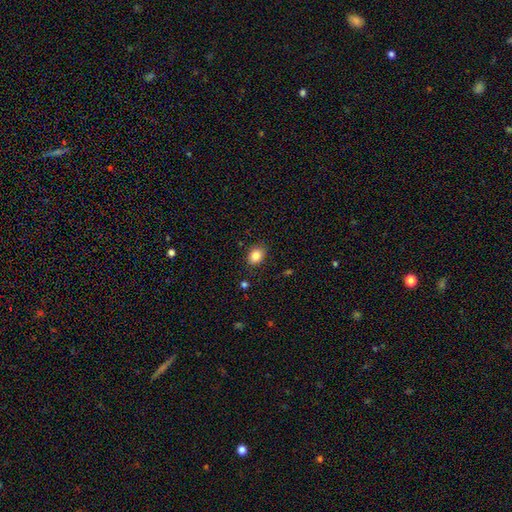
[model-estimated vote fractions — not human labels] Smooth or featured? Predicted: smooth (p=0.85). How rounded? Predicted: in between (p=0.58). Merging? Predicted: none (p=0.85).